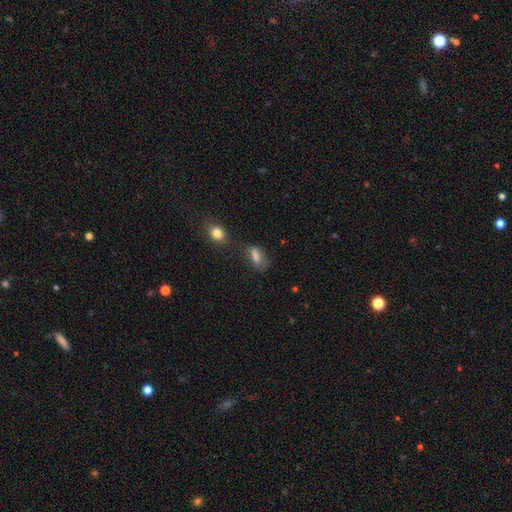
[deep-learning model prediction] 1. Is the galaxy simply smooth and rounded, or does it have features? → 69% smooth, 16% star or artifact, 15% featured or disk.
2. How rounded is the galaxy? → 71% in between, 20% cigar-shaped, 10% round.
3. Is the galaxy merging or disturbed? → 49% none, 23% minor disturbance, 15% major disturbance, 13% merger.